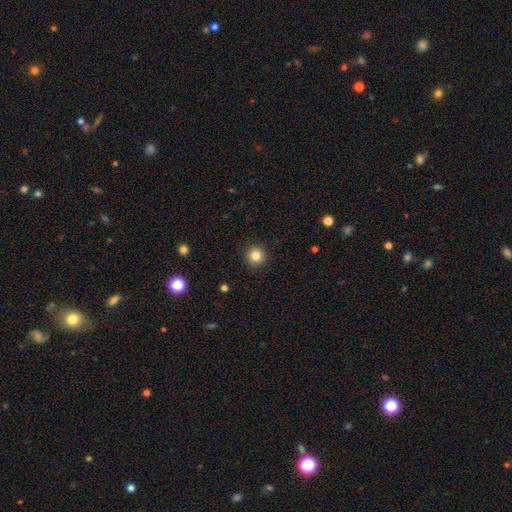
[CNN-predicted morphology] Smooth or featured: smooth — 83% (star or artifact — 11%)
How rounded: round — 95% (in between — 4%)
Merging: none — 93% (minor disturbance — 5%)